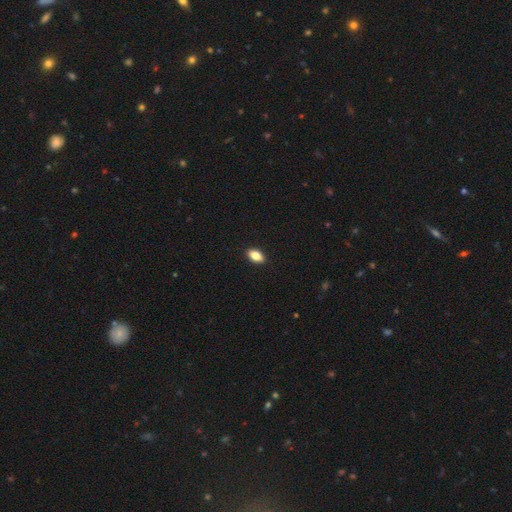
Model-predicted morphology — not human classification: Q: Smooth or featured?
A: smooth (84%); runner-up: star or artifact (8%)
Q: How rounded?
A: in between (89%); runner-up: round (7%)
Q: Merging?
A: none (90%); runner-up: minor disturbance (7%)